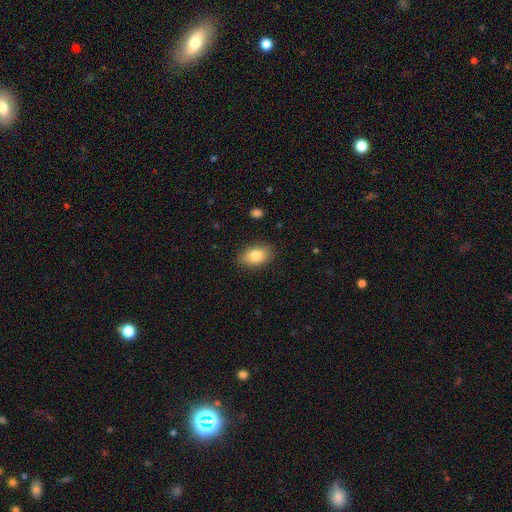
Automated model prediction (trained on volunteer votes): Smooth or featured?
  - smooth: 81% *
  - featured or disk: 11%
  - star or artifact: 7%
How rounded?
  - in between: 89% *
  - round: 9%
  - cigar-shaped: 2%
Merging?
  - none: 87% *
  - minor disturbance: 10%
  - major disturbance: 2%
  - merger: 1%